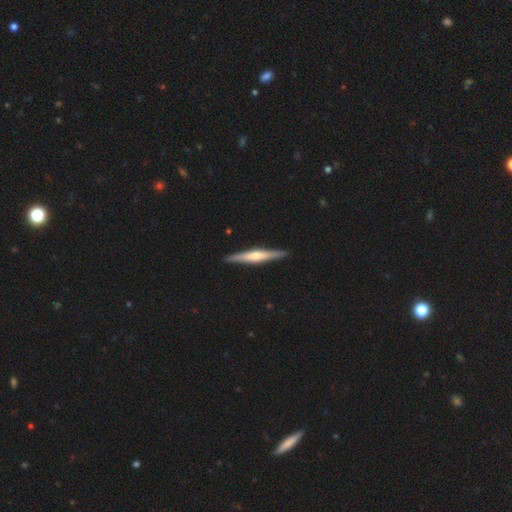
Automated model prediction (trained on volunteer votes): A featured or disk galaxy (65%) viewed edge-on (97%) with a rounded central bulge (80%). Merging: none (92%).